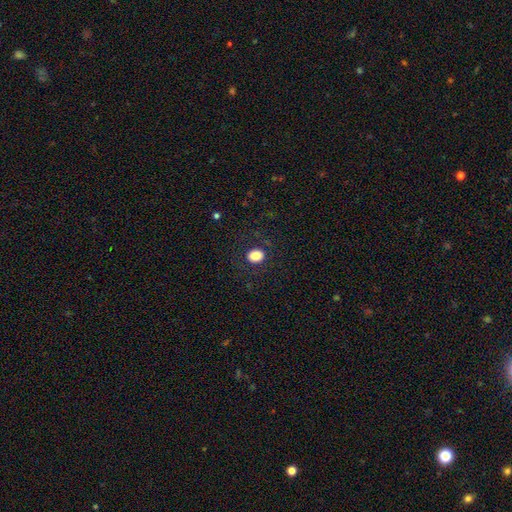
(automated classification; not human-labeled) The model was most divided on "how rounded": round: 50%, in between: 49%, cigar-shaped: 1%. More confident: merging — none (87%); smooth or featured — smooth (83%).